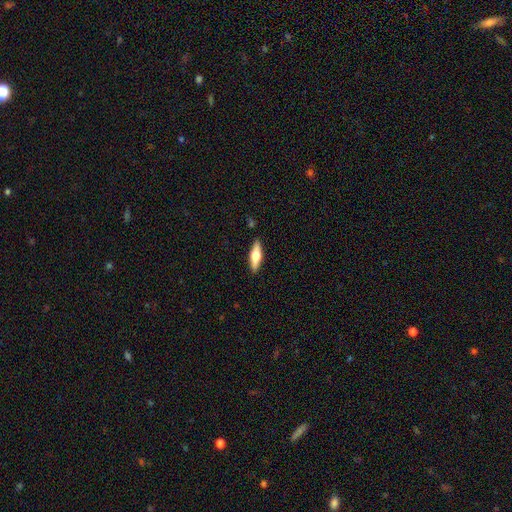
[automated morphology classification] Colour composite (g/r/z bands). It shows a smooth galaxy with no disk features (48%). Merging: none (88%).